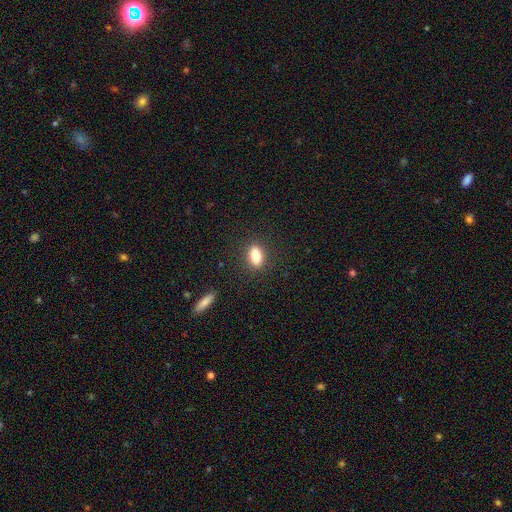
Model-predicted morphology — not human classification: A smooth galaxy with no disk features (81%) that is in between round and cigar-shaped (82%).

Vote fractions:
- Smooth or featured? smooth: 81% / featured or disk: 10% / star or artifact: 9%
- How rounded? in between: 82% / round: 11% / cigar-shaped: 7%
- Merging? none: 87% / minor disturbance: 9% / major disturbance: 3% / merger: 1%